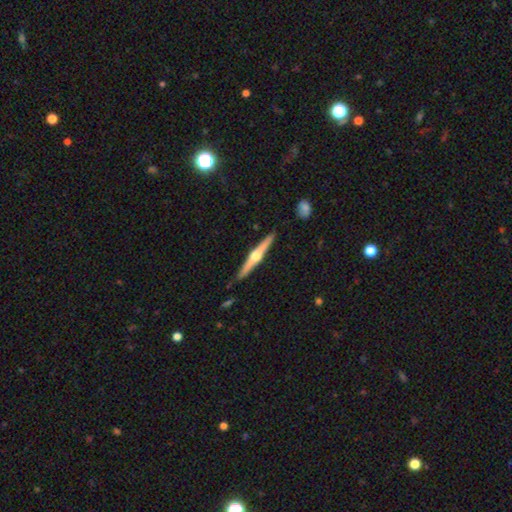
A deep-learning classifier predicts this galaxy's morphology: This is likely a featured or disk galaxy (76%). It is clearly viewed edge-on (98%). Edge-on bulge: clearly rounded (94%). Merging: clearly none (89%).